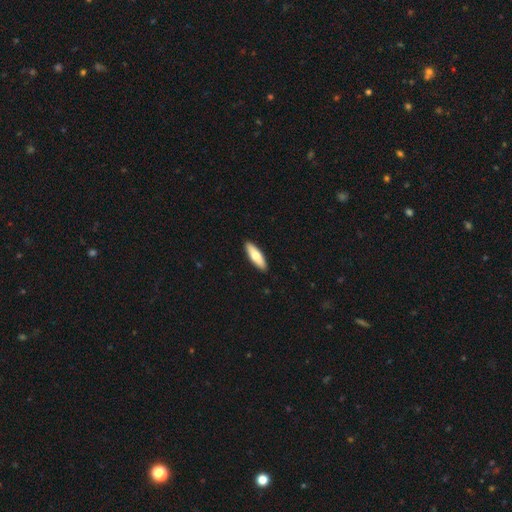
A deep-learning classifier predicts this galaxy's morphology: type=smooth (71%); roundness=cigar-shaped (54%); merging=none (91%).